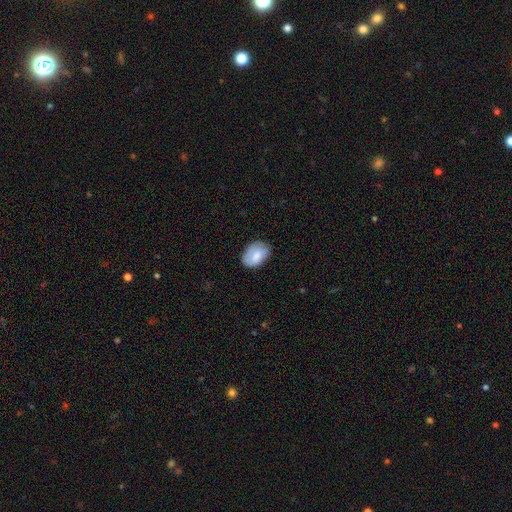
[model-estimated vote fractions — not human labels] smooth 77%, featured or disk 16%, star or artifact 7%. Down the decision tree: how rounded — in between (83%); merging — none (72%).